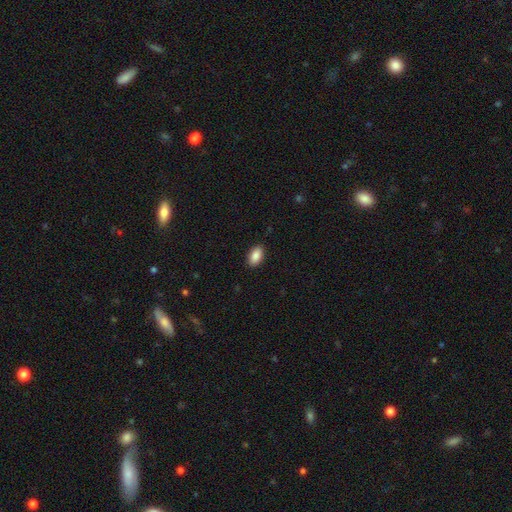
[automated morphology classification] smooth_or_featured: smooth (p=0.89) [alt: star or artifact p=0.07]
how_rounded: in between (p=0.93) [alt: round p=0.04]
merging: none (p=0.89) [alt: minor disturbance p=0.09]